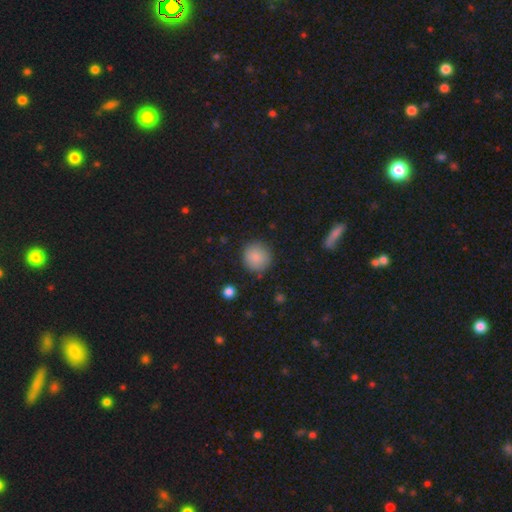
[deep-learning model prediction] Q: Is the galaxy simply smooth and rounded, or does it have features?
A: smooth — 87%.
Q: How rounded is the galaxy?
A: round — 92%.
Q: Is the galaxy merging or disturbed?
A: none — 85%.